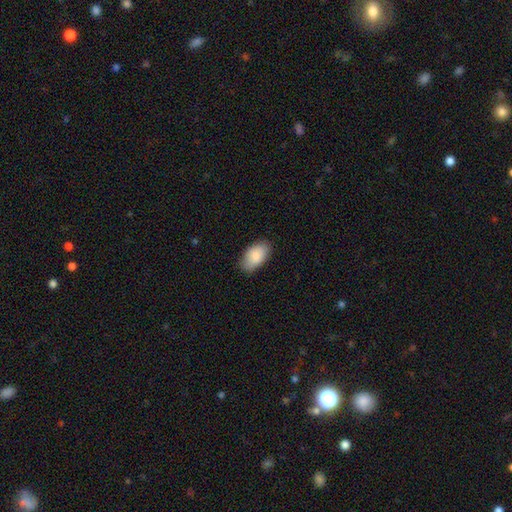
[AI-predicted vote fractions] Morphology: type=smooth (88%); roundness=in between (94%); merging=none (81%).